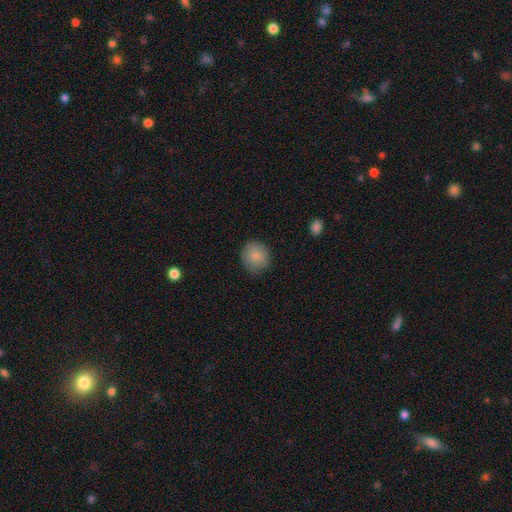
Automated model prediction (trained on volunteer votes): smooth 86%, star or artifact 7%, featured or disk 7%. Down the decision tree: how rounded — round (85%); merging — none (83%).